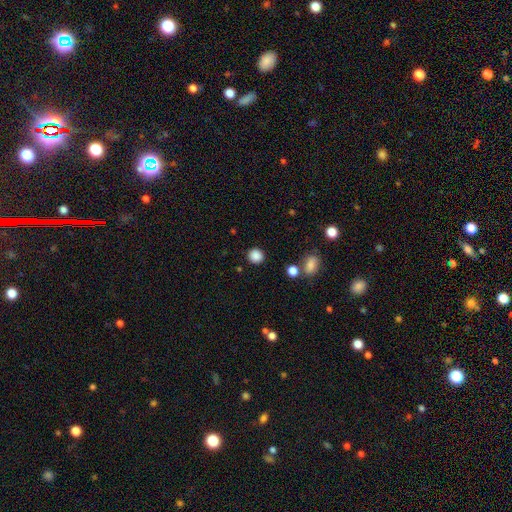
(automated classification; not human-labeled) The model was most divided on "smooth or featured": smooth: 86%, star or artifact: 11%, featured or disk: 3%. More confident: how rounded — round (89%); merging — none (88%).